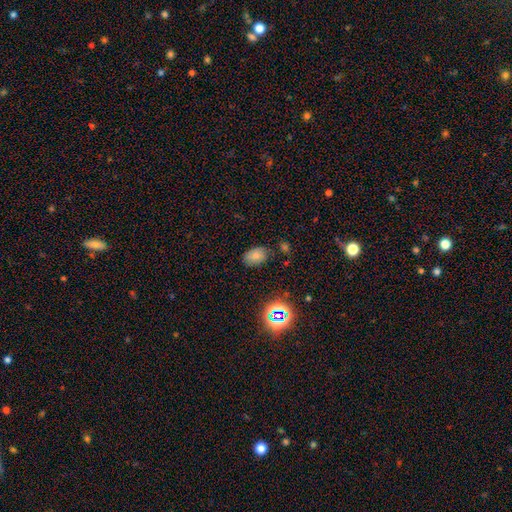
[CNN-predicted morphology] Smooth or featured? smooth (73%)
How rounded? in between (86%)
Merging? none (78%)